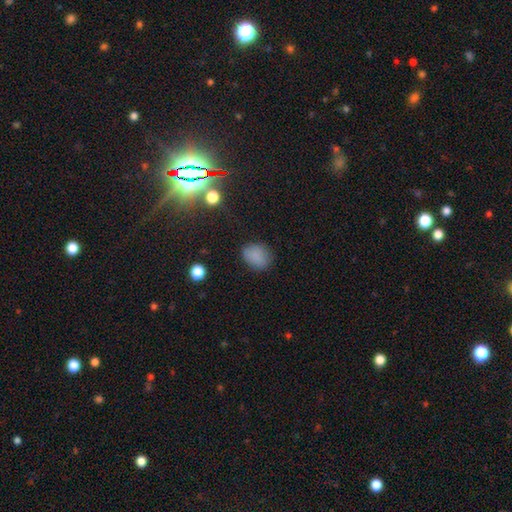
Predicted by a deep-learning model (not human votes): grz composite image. It shows a smooth galaxy with no disk features (83%) that is in between round and cigar-shaped (55%). Merging: none (79%).